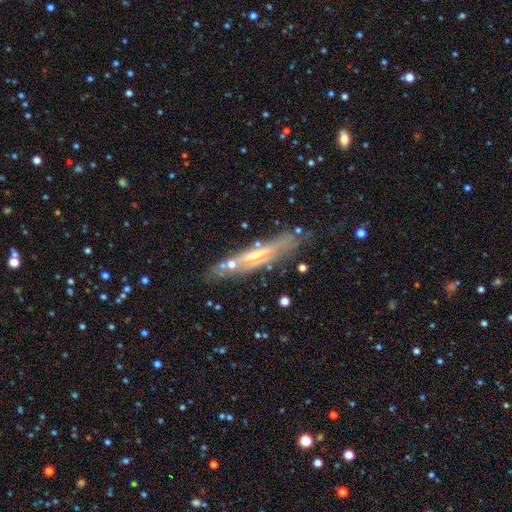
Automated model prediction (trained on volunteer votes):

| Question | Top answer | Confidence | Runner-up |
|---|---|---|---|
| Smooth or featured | featured or disk | 66% | smooth (24%) |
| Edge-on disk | yes | 81% | no (19%) |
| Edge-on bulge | none | 56% | rounded (31%) |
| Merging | none | 70% | minor disturbance (18%) |